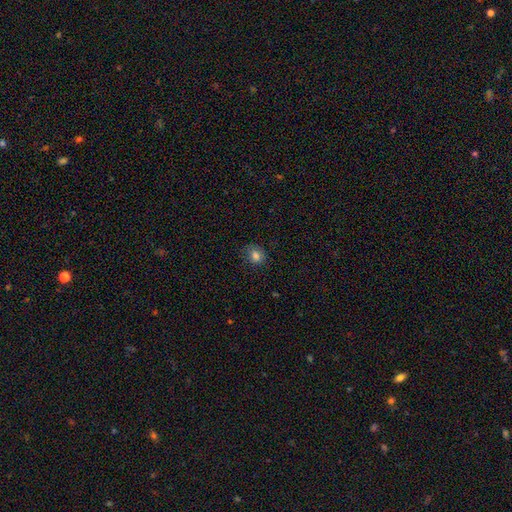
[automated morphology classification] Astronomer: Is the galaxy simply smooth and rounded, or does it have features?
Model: smooth — 82%.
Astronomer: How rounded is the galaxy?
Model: round — 63%.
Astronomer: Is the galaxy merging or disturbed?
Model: none — 78%.